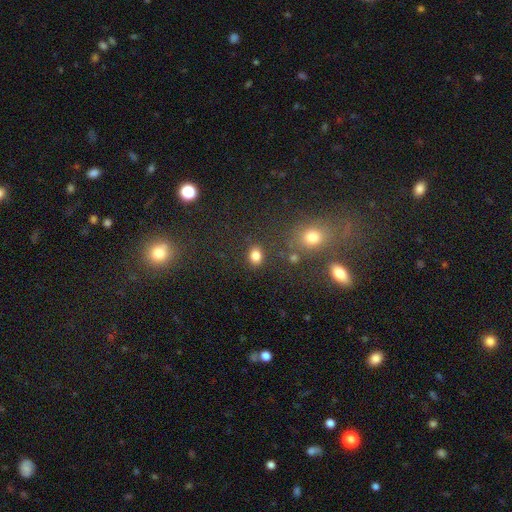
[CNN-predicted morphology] A smooth galaxy with no disk features (82%) that is in between round and cigar-shaped (62%).

Vote fractions:
- Smooth or featured? smooth: 82% / star or artifact: 12% / featured or disk: 6%
- How rounded? in between: 62% / round: 36% / cigar-shaped: 1%
- Merging? none: 82% / minor disturbance: 10% / merger: 4% / major disturbance: 4%